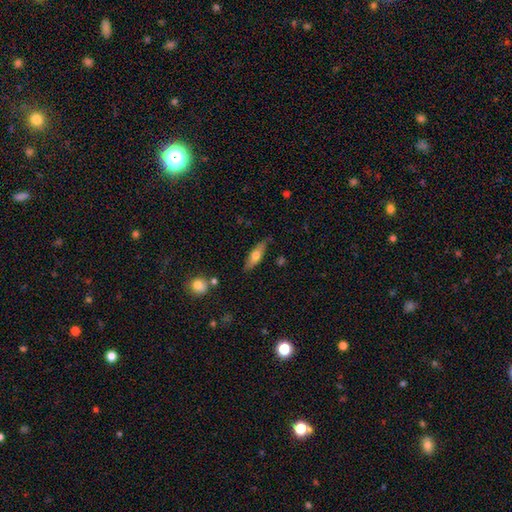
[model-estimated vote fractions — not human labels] Smooth or featured? Predicted: smooth (p=0.62). How rounded? Predicted: in between (p=0.49, tied with cigar-shaped). Merging? Predicted: none (p=0.79).